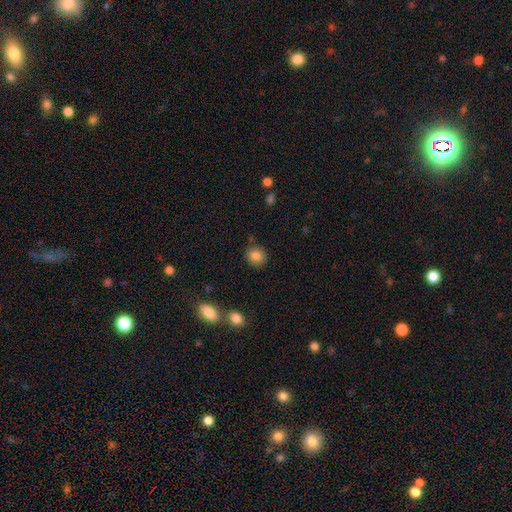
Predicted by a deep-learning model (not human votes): Smooth or featured? Predicted: smooth (p=0.85). How rounded? Predicted: round (p=0.83). Merging? Predicted: none (p=0.85).